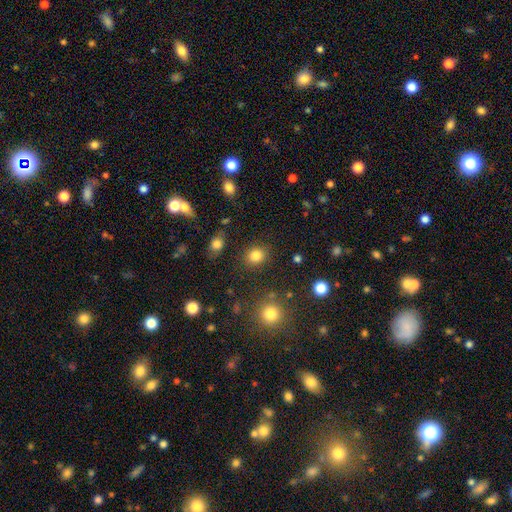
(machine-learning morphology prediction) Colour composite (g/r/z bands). It shows a smooth galaxy with no disk features (83%) that is round (71%). Merging: none (86%).